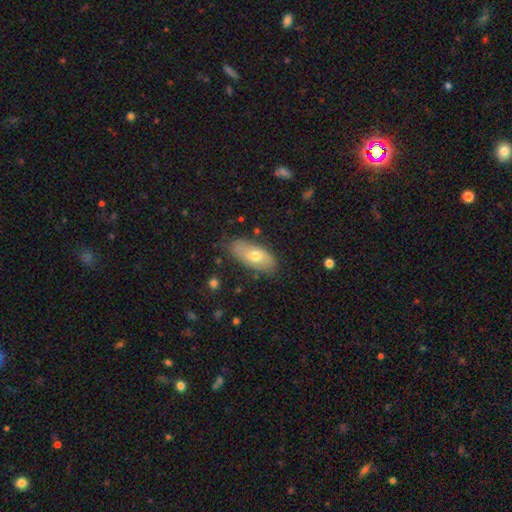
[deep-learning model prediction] A smooth galaxy with no disk features (59%) that is in between round and cigar-shaped (84%).

Vote fractions:
- Smooth or featured? smooth: 59% / featured or disk: 32% / star or artifact: 8%
- How rounded? in between: 84% / cigar-shaped: 12% / round: 3%
- Merging? none: 80% / minor disturbance: 15% / major disturbance: 3% / merger: 1%